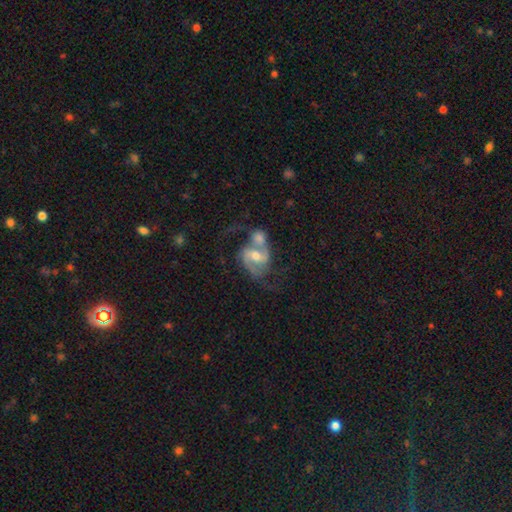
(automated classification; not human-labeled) This appears to be a featured or disk galaxy (83%) with a weak bar (47%), 2 (87%) medium (51%) spiral arms (94%) and a moderate central bulge (67%). Merging: merger (46%).